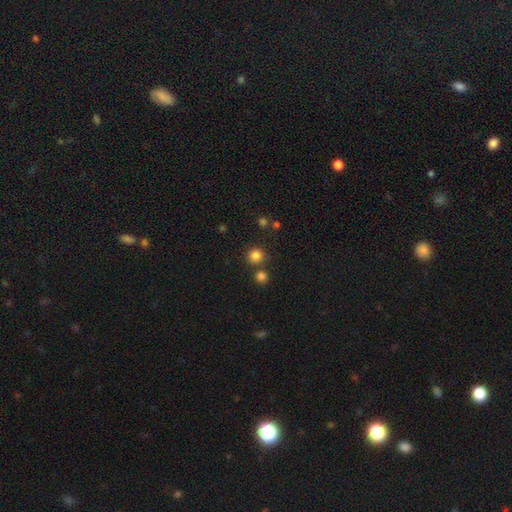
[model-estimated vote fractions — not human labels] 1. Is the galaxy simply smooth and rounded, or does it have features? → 81% smooth, 14% star or artifact, 5% featured or disk.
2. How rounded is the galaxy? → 93% round, 7% in between, 1% cigar-shaped.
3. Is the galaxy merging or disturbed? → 78% none, 12% merger, 7% minor disturbance, 3% major disturbance.